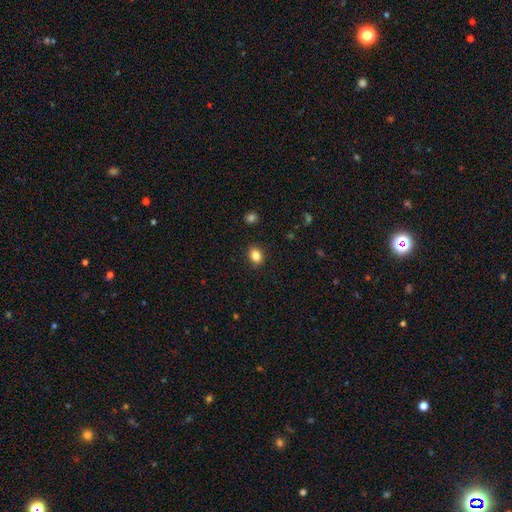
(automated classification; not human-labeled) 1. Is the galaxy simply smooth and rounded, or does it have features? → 84% smooth, 10% star or artifact, 5% featured or disk.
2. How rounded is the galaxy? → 57% in between, 42% round, 1% cigar-shaped.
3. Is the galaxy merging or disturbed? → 89% none, 8% minor disturbance, 2% major disturbance, 1% merger.